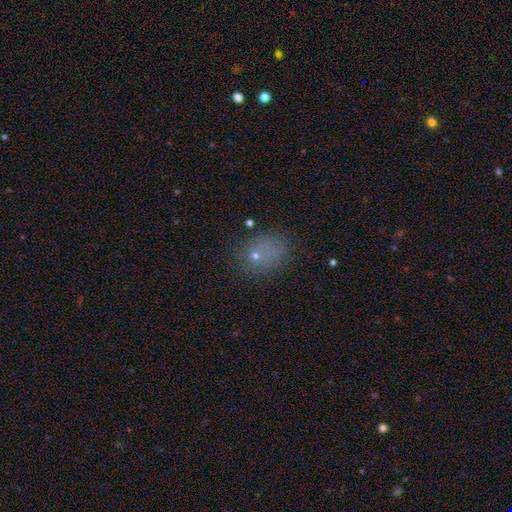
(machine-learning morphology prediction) Smooth or featured? smooth (64%)
How rounded? round (51%)
Merging? none (65%)